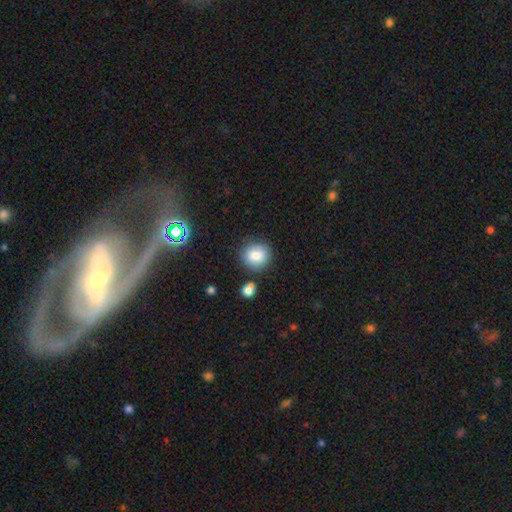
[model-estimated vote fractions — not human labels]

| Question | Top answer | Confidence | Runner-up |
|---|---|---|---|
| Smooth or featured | smooth | 81% | star or artifact (10%) |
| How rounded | round | 87% | in between (12%) |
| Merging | none | 81% | minor disturbance (10%) |